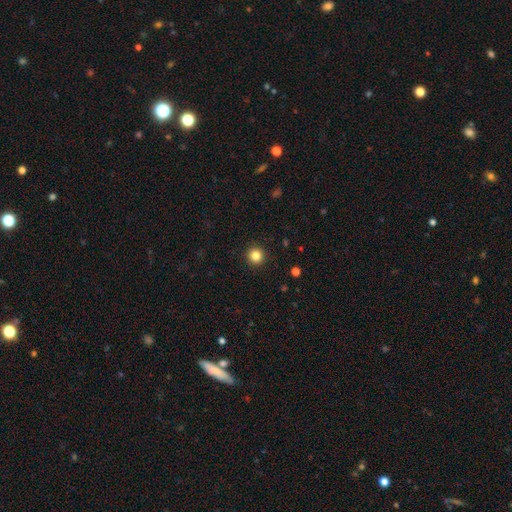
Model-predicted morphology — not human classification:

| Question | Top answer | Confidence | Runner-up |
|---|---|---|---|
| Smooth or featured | smooth | 85% | star or artifact (11%) |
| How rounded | round | 95% | in between (4%) |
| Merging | none | 93% | minor disturbance (4%) |